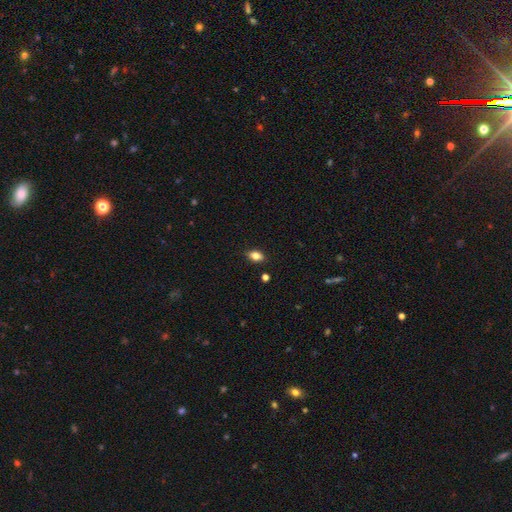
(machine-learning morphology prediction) Smooth or featured? Predicted: smooth (p=0.80). How rounded? Predicted: in between (p=0.81). Merging? Predicted: none (p=0.86).